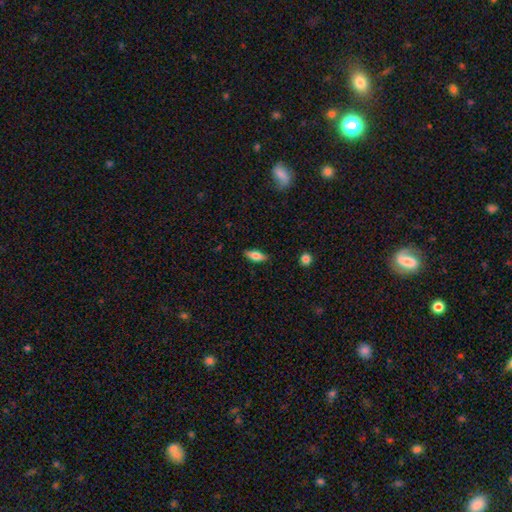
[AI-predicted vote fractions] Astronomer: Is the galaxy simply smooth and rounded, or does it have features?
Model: smooth — 74%.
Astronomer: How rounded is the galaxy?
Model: in between — 76%.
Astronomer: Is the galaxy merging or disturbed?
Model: none — 85%.